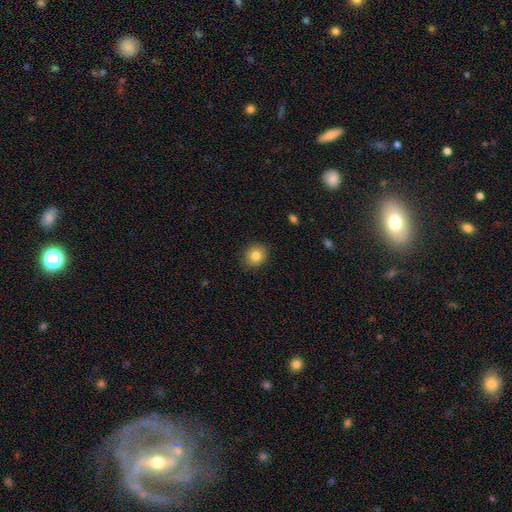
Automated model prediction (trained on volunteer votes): Q: Smooth or featured?
A: smooth (82%); runner-up: star or artifact (10%)
Q: How rounded?
A: round (71%); runner-up: in between (28%)
Q: Merging?
A: none (88%); runner-up: minor disturbance (9%)